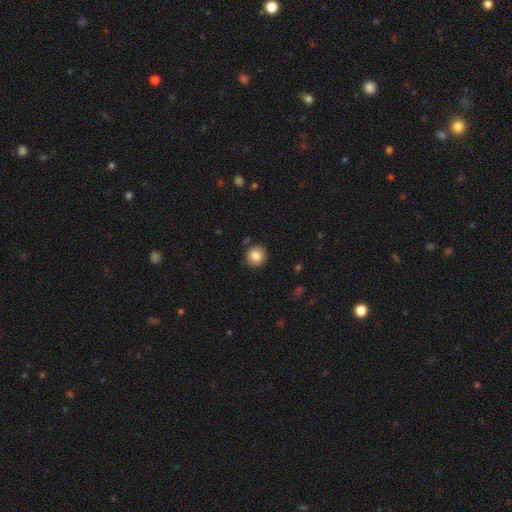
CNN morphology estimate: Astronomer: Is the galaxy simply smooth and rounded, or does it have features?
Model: smooth — 85%.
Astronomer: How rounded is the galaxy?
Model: round — 89%.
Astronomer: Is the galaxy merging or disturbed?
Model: none — 87%.